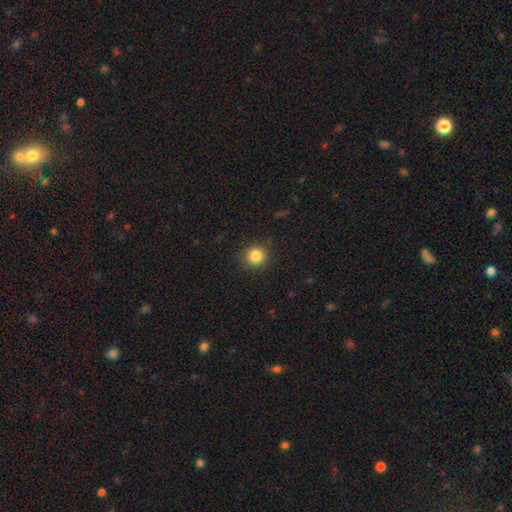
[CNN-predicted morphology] Smooth or featured?
  - smooth: 84% *
  - star or artifact: 11%
  - featured or disk: 5%
How rounded?
  - round: 93% *
  - in between: 6%
  - cigar-shaped: 1%
Merging?
  - none: 90% *
  - minor disturbance: 7%
  - major disturbance: 2%
  - merger: 1%